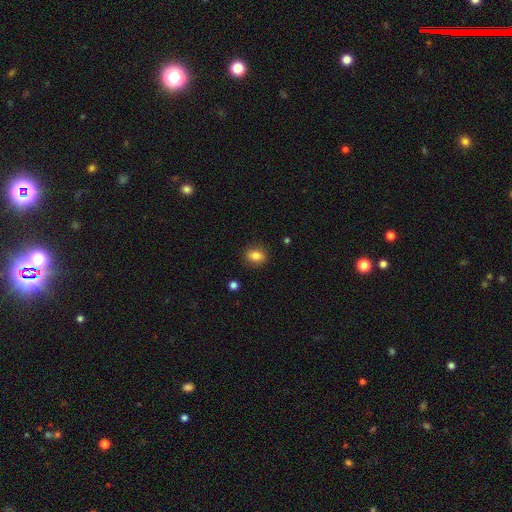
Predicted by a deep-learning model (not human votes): This appears to be a smooth galaxy with no disk features (84%) that is in between round and cigar-shaped (66%). Merging: none (87%).